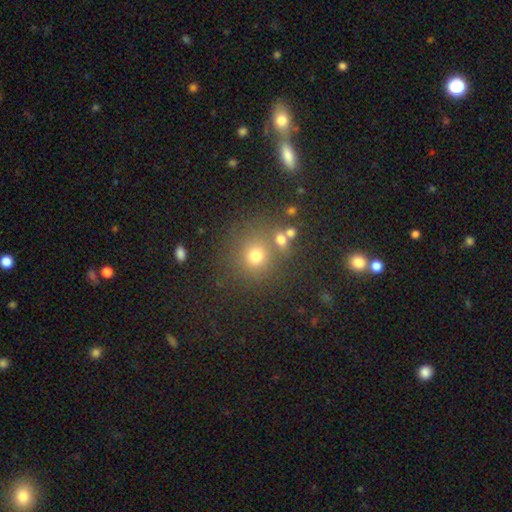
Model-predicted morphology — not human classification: smooth_or_featured: smooth (p=0.71) [alt: star or artifact p=0.19]
how_rounded: round (p=0.88) [alt: in between p=0.11]
merging: none (p=0.71) [alt: merger p=0.14]